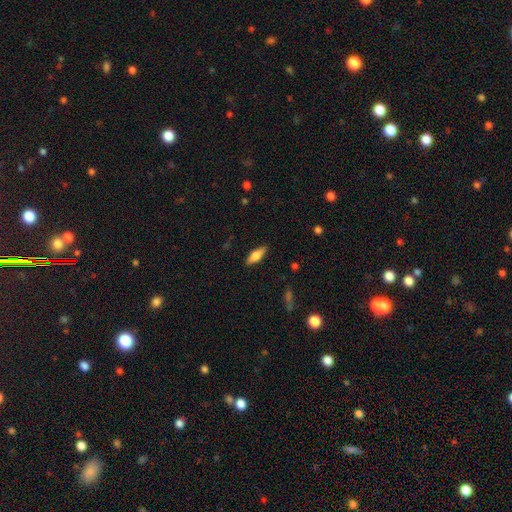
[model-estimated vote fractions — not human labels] Smooth or featured? Predicted: smooth (p=0.62). How rounded? Predicted: in between (p=0.59). Merging? Predicted: none (p=0.87).